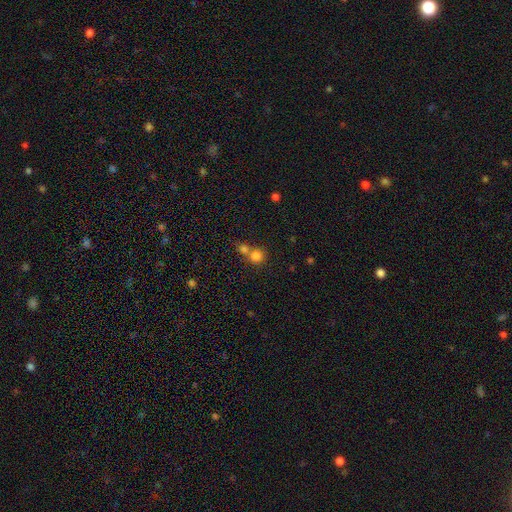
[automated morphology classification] smooth_or_featured: smooth (p=0.80) [alt: star or artifact p=0.12]
how_rounded: round (p=0.87) [alt: in between p=0.12]
merging: merger (p=0.47) [alt: none p=0.44]